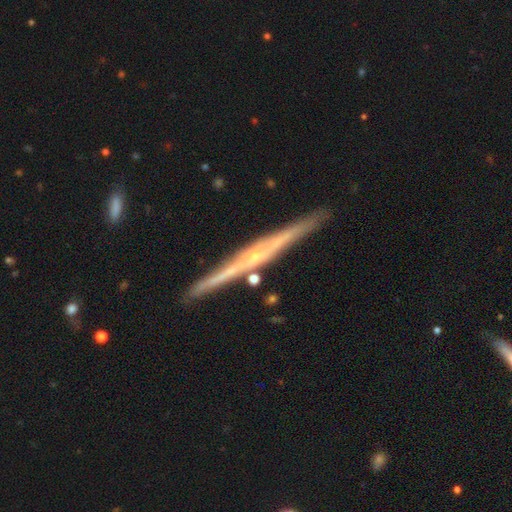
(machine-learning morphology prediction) This appears to be a featured or disk galaxy (80%) viewed edge-on (98%) with a rounded central bulge (58%). Merging: none (86%).